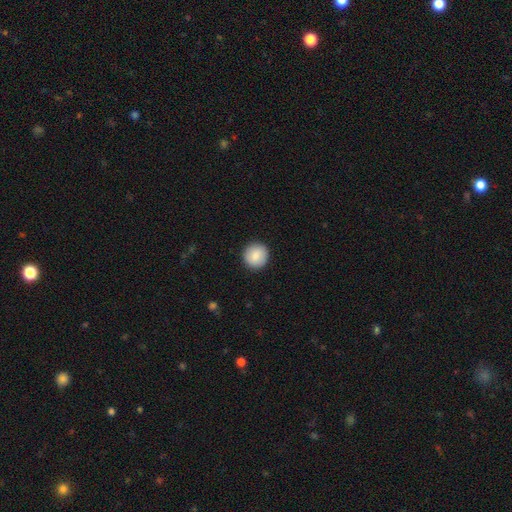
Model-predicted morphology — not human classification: Smooth or featured? smooth (87%)
How rounded? round (94%)
Merging? none (92%)